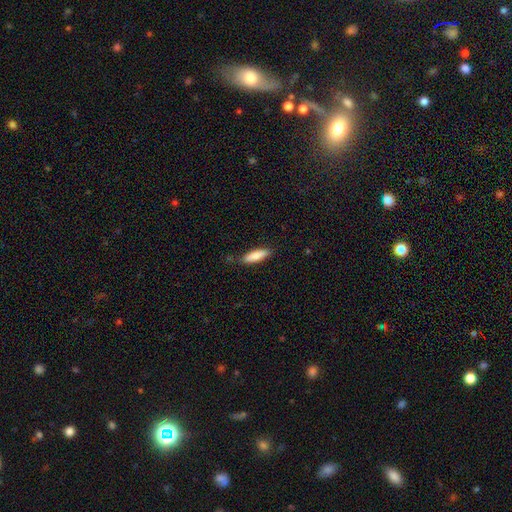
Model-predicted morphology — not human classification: Smooth or featured? smooth (82%)
How rounded? cigar-shaped (58%)
Merging? none (81%)